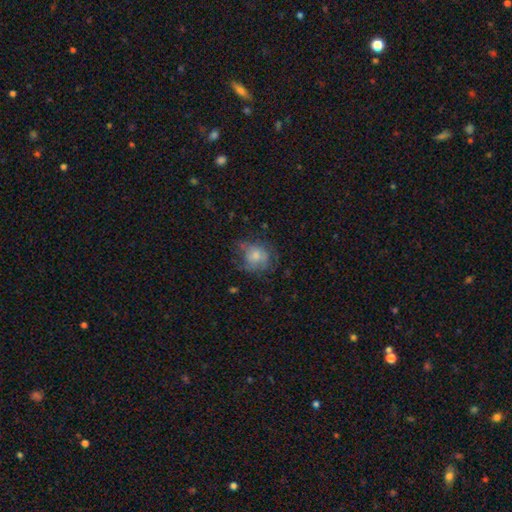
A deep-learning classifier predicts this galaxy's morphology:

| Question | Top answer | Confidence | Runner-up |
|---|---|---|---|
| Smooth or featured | smooth | 55% | featured or disk (34%) |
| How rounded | round | 67% | in between (32%) |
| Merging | none | 48% | minor disturbance (26%) |